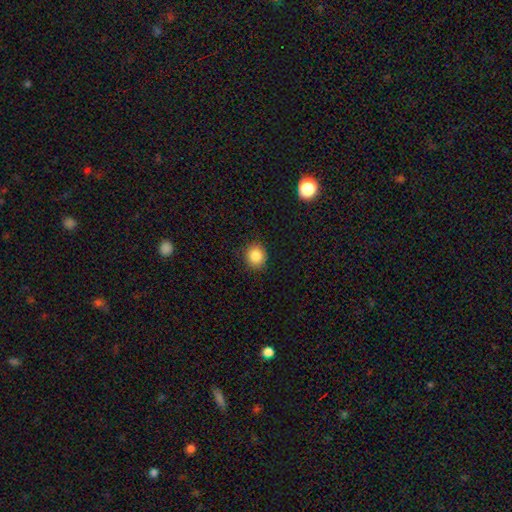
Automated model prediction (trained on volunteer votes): Smooth or featured? smooth (86%)
How rounded? round (81%)
Merging? none (88%)